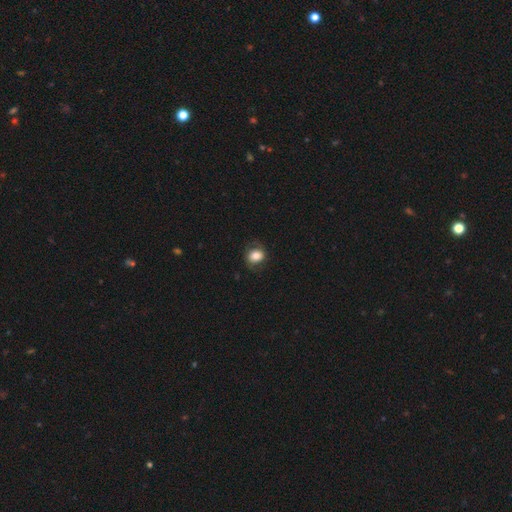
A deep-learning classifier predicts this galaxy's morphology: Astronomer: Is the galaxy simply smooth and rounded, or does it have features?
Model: smooth — 71%.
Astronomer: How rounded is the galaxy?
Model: round — 56% (runner-up: in between, 43%).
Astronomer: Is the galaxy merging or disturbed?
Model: none — 73%.